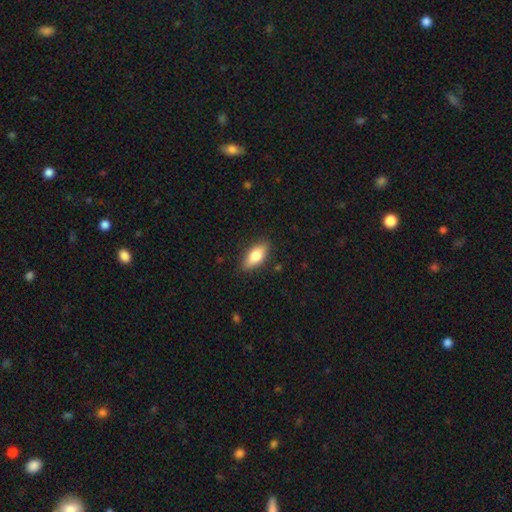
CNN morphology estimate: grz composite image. It shows a smooth galaxy with no disk features (75%) that is in between round and cigar-shaped (80%). Merging: none (86%).